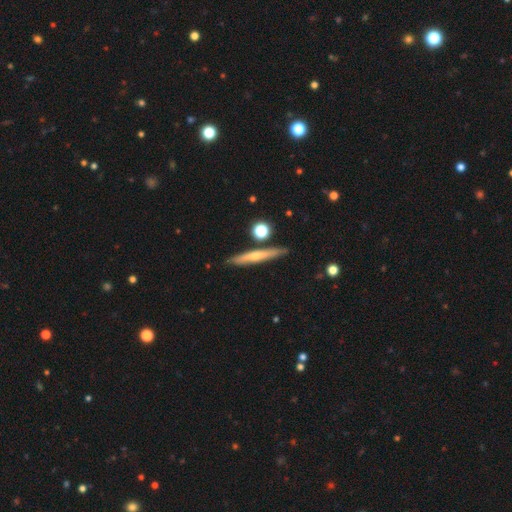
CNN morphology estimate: The model was most divided on "smooth or featured": featured or disk: 48%, smooth: 45%, star or artifact: 7%. More confident: merging — none (84%).